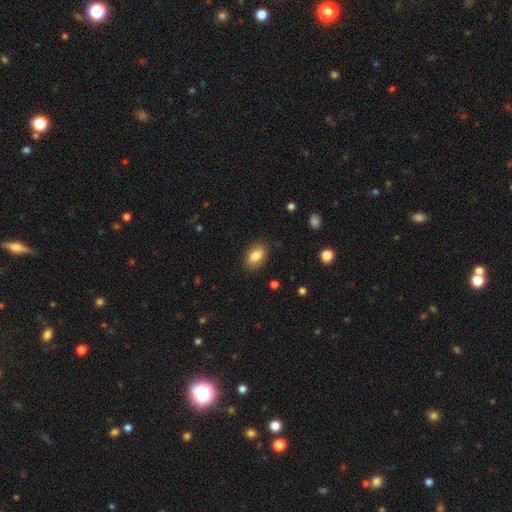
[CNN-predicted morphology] Overall: smooth (83%). How rounded: in between (88%). Merging: none (86%).